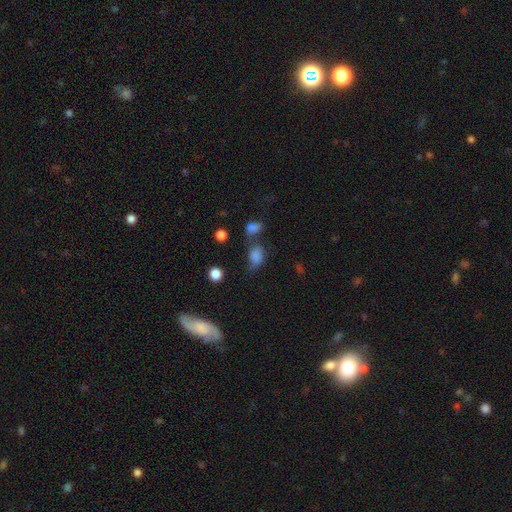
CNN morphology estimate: Smooth or featured? smooth (71%)
How rounded? in between (73%)
Merging? none (40%)